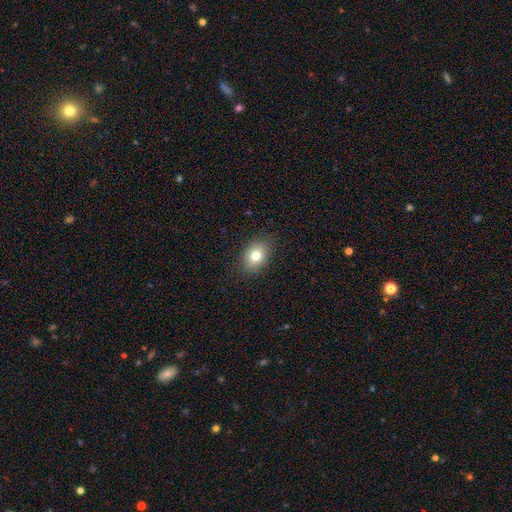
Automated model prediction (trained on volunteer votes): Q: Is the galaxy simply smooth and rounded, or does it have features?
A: smooth — 78%.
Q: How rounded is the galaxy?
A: in between — 68%.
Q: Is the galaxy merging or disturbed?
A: none — 87%.